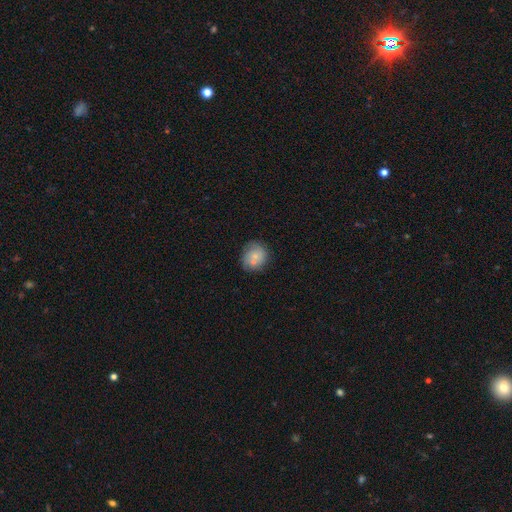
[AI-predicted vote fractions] Morphology: type=smooth (68%); roundness=round (80%); merging=none (61%).